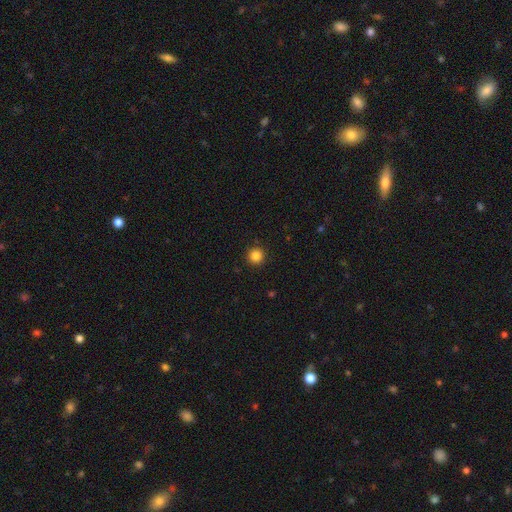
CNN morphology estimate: Smooth or featured: smooth — 85% (star or artifact — 12%)
How rounded: round — 95% (in between — 4%)
Merging: none — 92% (minor disturbance — 5%)